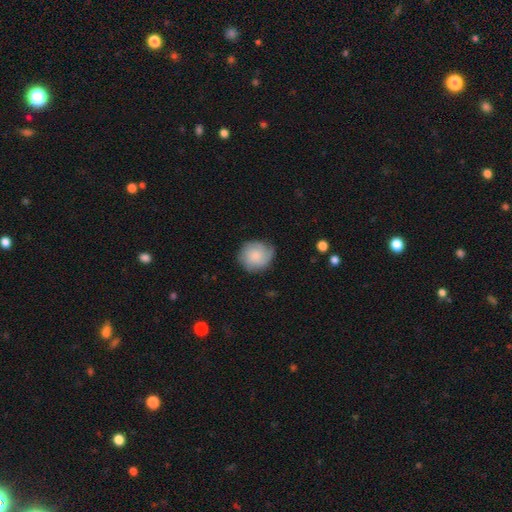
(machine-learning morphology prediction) Smooth or featured?
  - smooth: 69% *
  - featured or disk: 24%
  - star or artifact: 7%
How rounded?
  - round: 84% *
  - in between: 15%
  - cigar-shaped: 1%
Merging?
  - none: 72% *
  - minor disturbance: 21%
  - major disturbance: 5%
  - merger: 1%